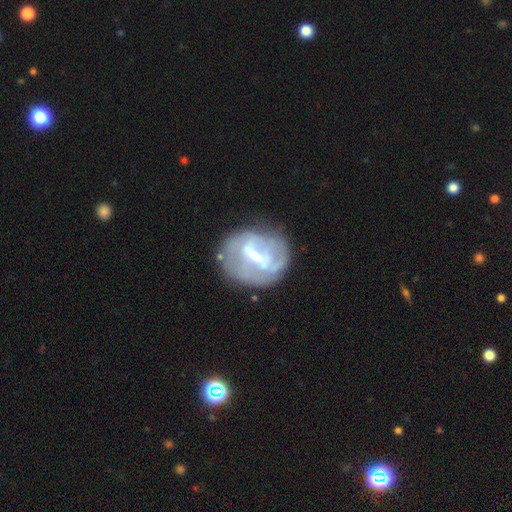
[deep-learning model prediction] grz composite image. It shows a featured or disk galaxy (68%) with a strong bar (50%), no spiral arms (54%) and a moderate central bulge (41%). Merging: none (59%).